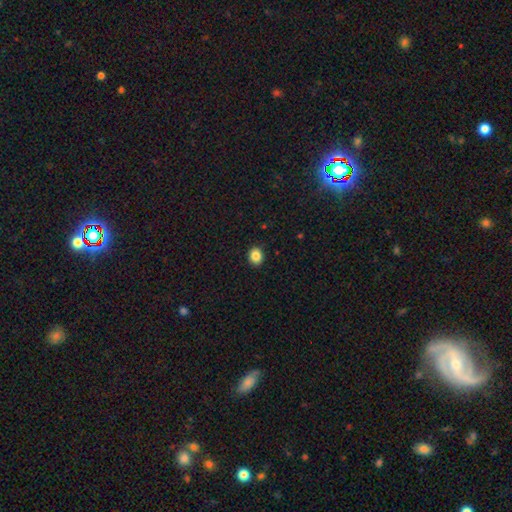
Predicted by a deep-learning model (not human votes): smooth 86%, star or artifact 9%, featured or disk 4%. Down the decision tree: how rounded — round (61%); merging — none (91%).